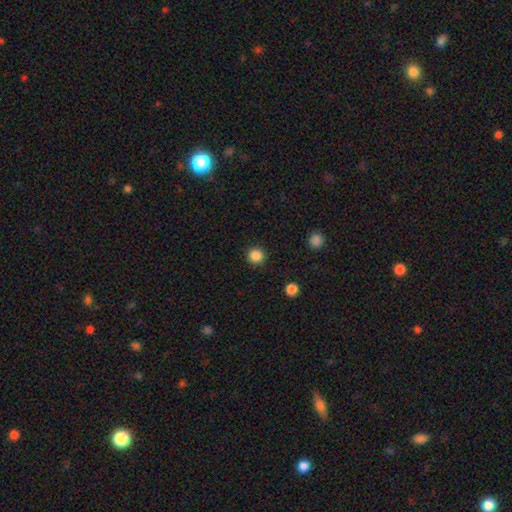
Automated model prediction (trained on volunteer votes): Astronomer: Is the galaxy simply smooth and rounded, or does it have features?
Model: smooth — 86%.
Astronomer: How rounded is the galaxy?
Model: round — 95%.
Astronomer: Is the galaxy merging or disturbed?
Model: none — 92%.